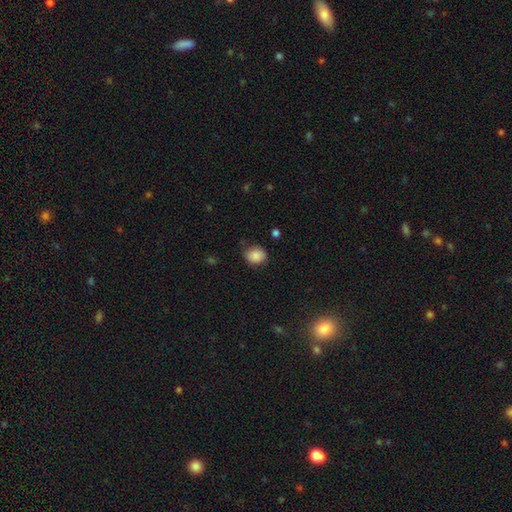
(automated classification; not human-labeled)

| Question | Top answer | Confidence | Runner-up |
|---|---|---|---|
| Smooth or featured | smooth | 86% | star or artifact (9%) |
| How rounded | round | 67% | in between (32%) |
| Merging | none | 76% | minor disturbance (18%) |